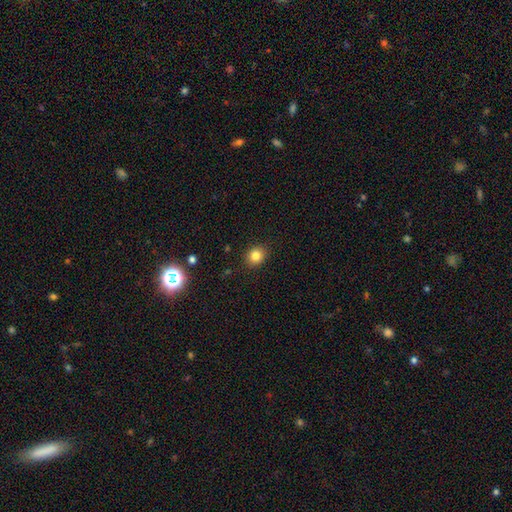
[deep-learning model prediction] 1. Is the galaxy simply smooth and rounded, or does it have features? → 83% smooth, 11% star or artifact, 6% featured or disk.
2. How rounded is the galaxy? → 72% round, 27% in between, 1% cigar-shaped.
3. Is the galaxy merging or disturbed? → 89% none, 8% minor disturbance, 2% major disturbance, 1% merger.